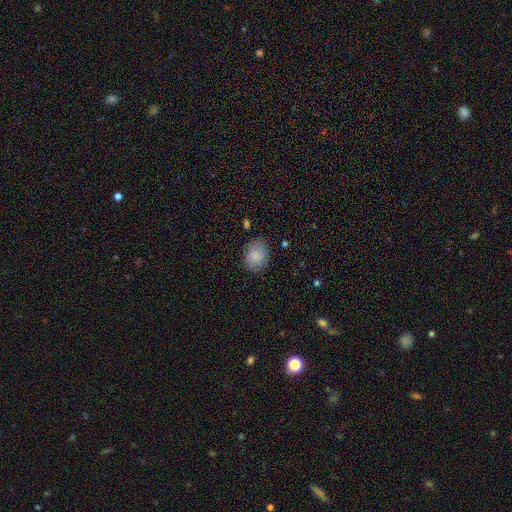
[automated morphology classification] Smooth or featured? Predicted: smooth (p=0.85). How rounded? Predicted: in between (p=0.62). Merging? Predicted: none (p=0.80).